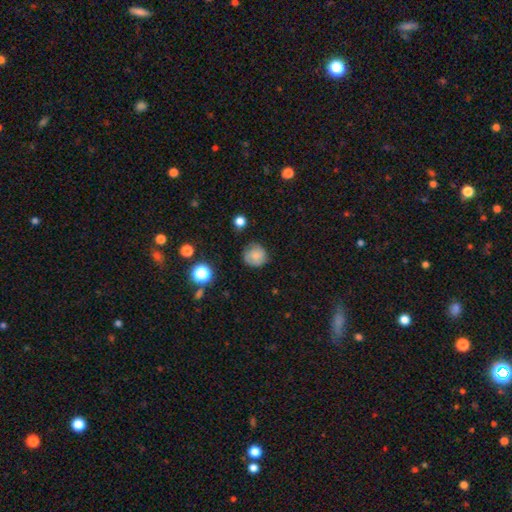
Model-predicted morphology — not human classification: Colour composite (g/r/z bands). It shows a smooth galaxy with no disk features (73%) that is round (89%). Merging: none (72%).